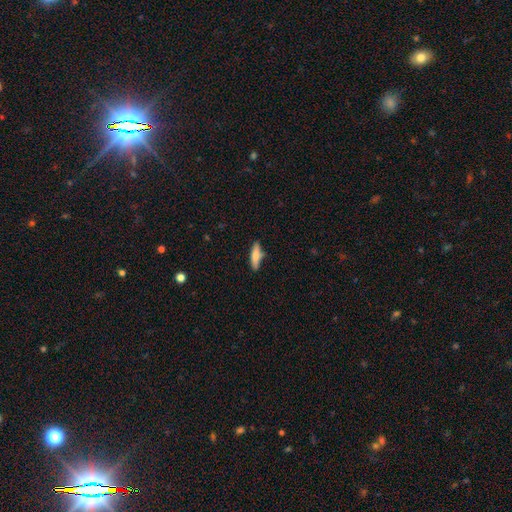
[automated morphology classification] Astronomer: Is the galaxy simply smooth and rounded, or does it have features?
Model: smooth — 73%.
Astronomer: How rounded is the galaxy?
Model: cigar-shaped — 69%.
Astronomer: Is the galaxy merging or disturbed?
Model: none — 74%.